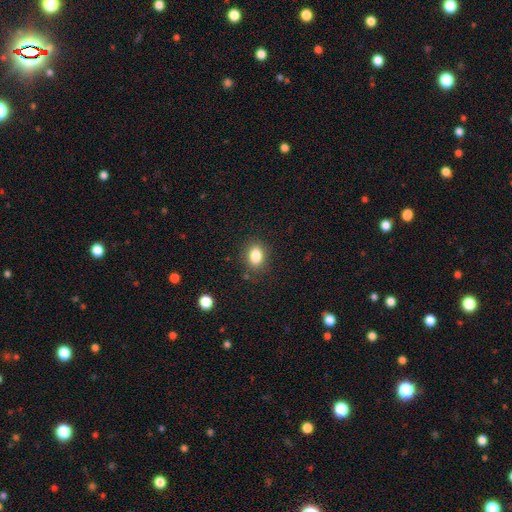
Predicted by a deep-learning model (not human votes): This is clearly a smooth galaxy (84%). How rounded: likely in between (70%). Merging: clearly none (84%).